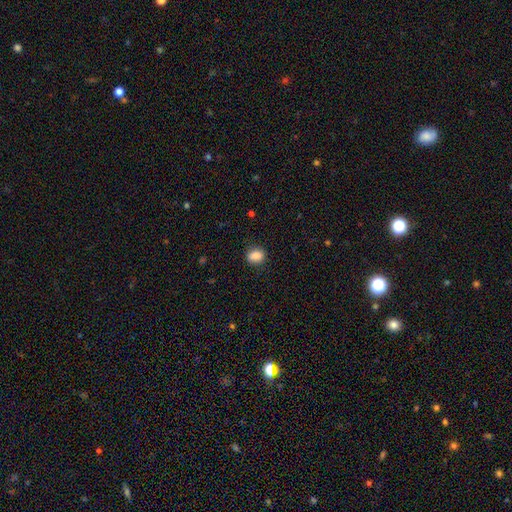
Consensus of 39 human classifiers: A smooth galaxy with no disk features (85%) that is in between round and cigar-shaped (61%).

Vote fractions:
- Smooth or featured? smooth: 85% / featured or disk: 10% / star or artifact: 5%
- How rounded? in between: 61% / round: 39% / cigar-shaped: 0%
- Merging? none: 86% / minor disturbance: 11% / major disturbance: 3% / merger: 0%